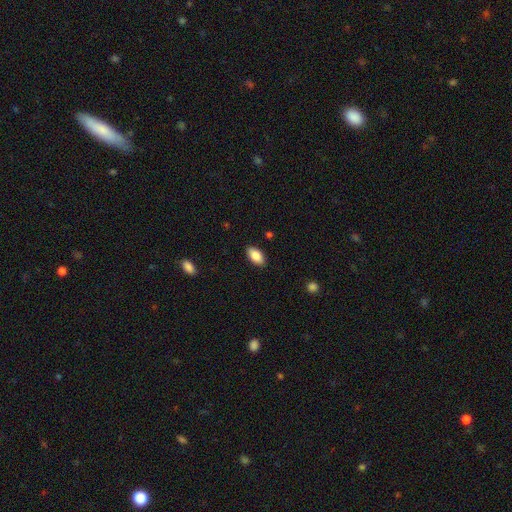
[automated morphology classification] Q: Smooth or featured?
A: smooth (86%); runner-up: featured or disk (7%)
Q: How rounded?
A: in between (93%); runner-up: cigar-shaped (3%)
Q: Merging?
A: none (88%); runner-up: minor disturbance (9%)